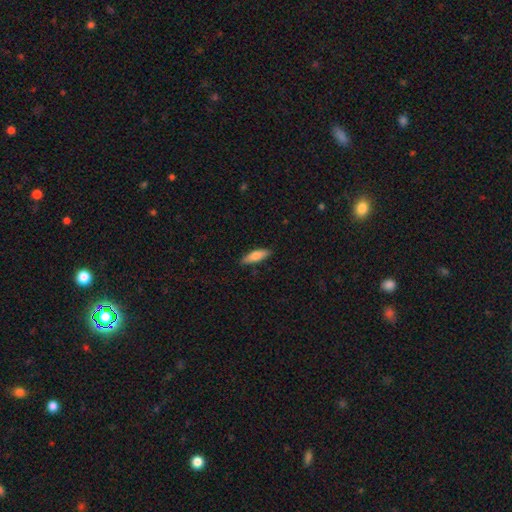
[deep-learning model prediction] A smooth galaxy with no disk features (77%) that is cigar-shaped (56%). Merging: none (86%).